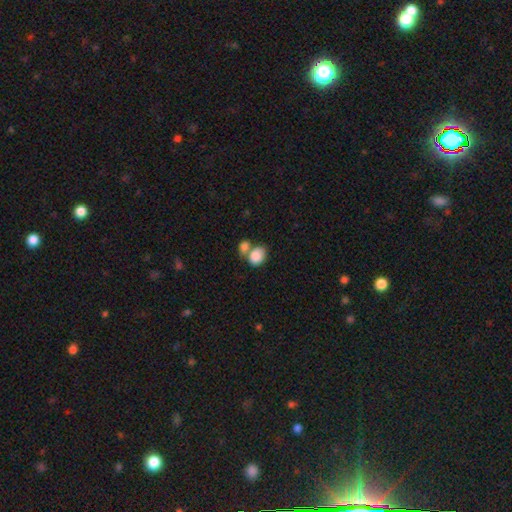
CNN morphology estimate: Q: Smooth or featured?
A: smooth (85%); runner-up: featured or disk (8%)
Q: How rounded?
A: in between (66%); runner-up: round (33%)
Q: Merging?
A: merger (52%); runner-up: none (32%)